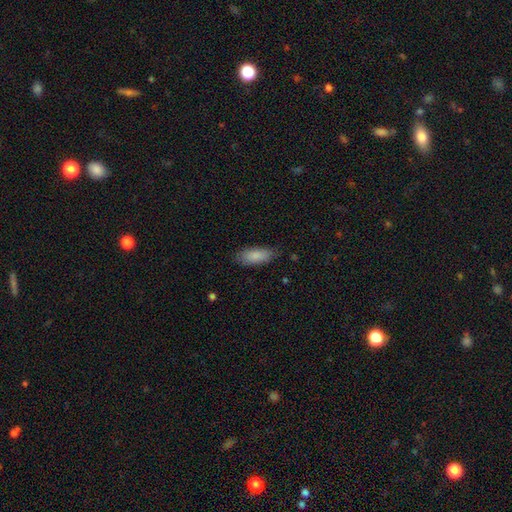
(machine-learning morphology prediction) type=smooth (86%); roundness=in between (77%); merging=none (77%).